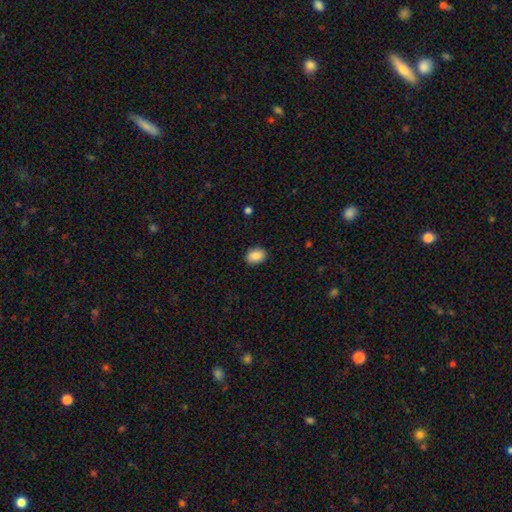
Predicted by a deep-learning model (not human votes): smooth-or-featured: smooth: 89% | star or artifact: 8% | featured or disk: 4%
  how-rounded: in between: 73% | round: 26% | cigar-shaped: 1%
  merging: none: 87% | minor disturbance: 9% | major disturbance: 2% | merger: 1%